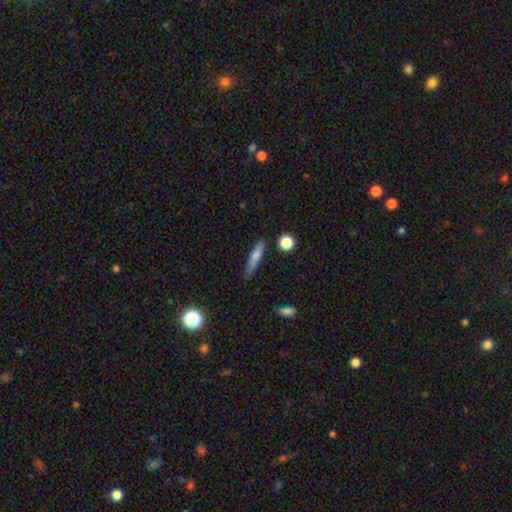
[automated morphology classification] Smooth or featured? smooth (69%)
How rounded? cigar-shaped (87%)
Merging? none (78%)